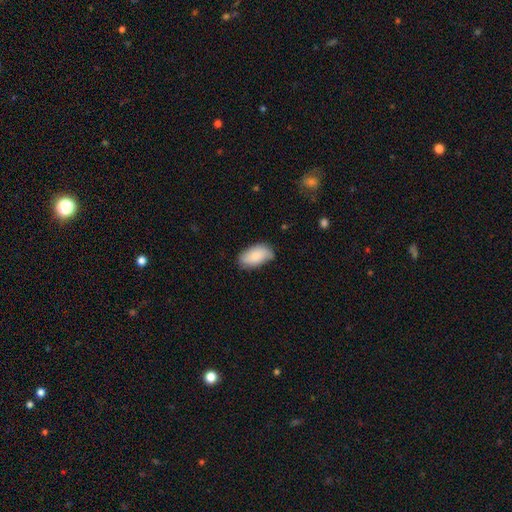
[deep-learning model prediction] Smooth or featured? Predicted: smooth (p=0.84). How rounded? Predicted: in between (p=0.94). Merging? Predicted: none (p=0.71).